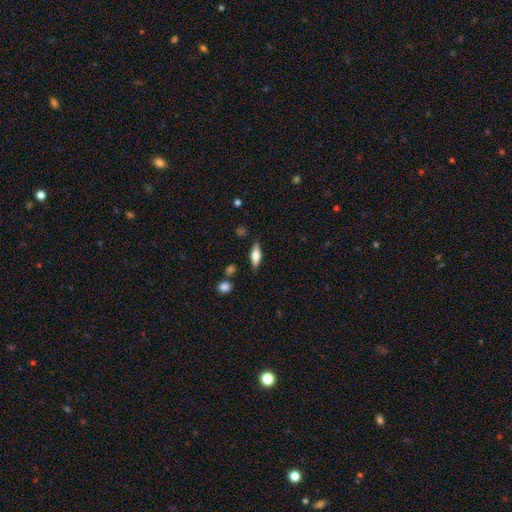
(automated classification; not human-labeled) A smooth galaxy with no disk features (57%) that is in between round and cigar-shaped (64%). Merging: none (83%).